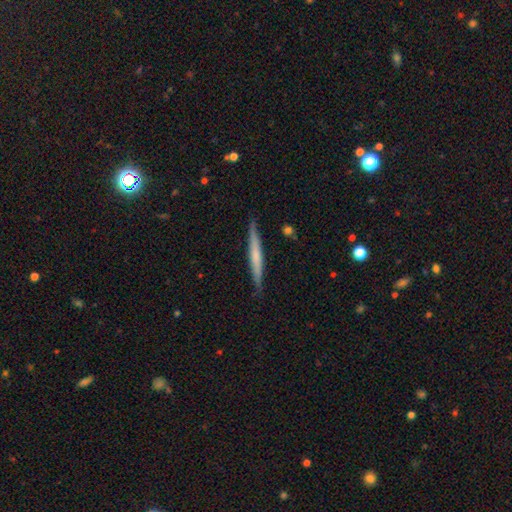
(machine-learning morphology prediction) Smooth or featured?
  - smooth: 50% *
  - featured or disk: 45%
  - star or artifact: 5%
How rounded?
  - cigar-shaped: 97% *
  - in between: 2%
  - round: 1%
Merging?
  - none: 88% *
  - minor disturbance: 9%
  - major disturbance: 1%
  - merger: 1%